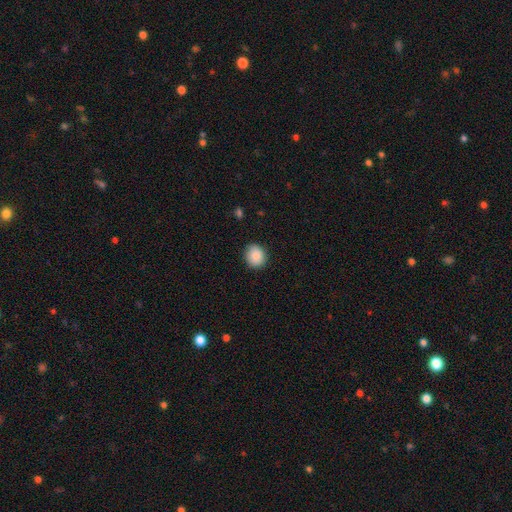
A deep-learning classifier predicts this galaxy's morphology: Smooth or featured? smooth (88%)
How rounded? round (78%)
Merging? none (87%)